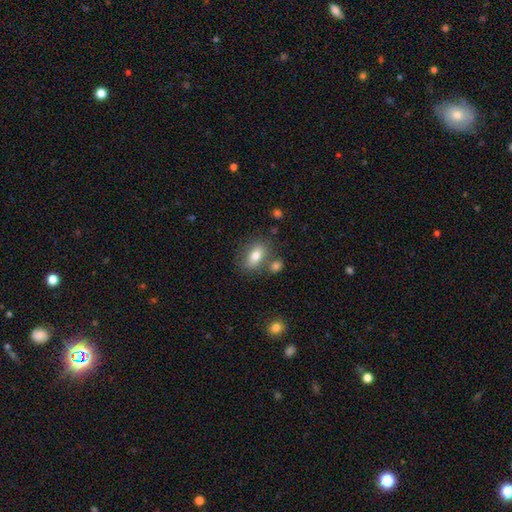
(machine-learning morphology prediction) Overall: smooth (77%). How rounded: in between (84%). Merging: none (65%).